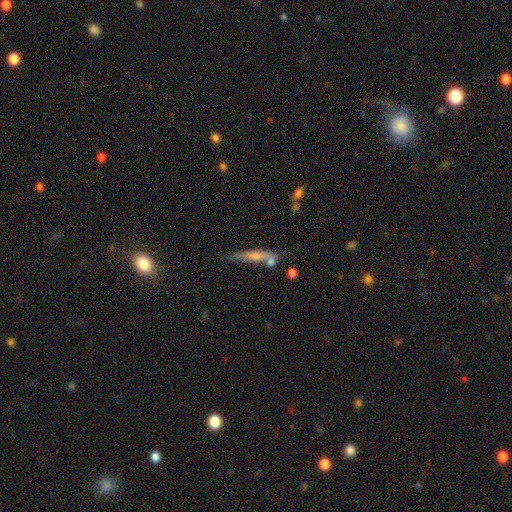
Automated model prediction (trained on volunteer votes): Overall: smooth (48%; featured or disk 43%). Merging: none (54%; minor disturbance 22%).